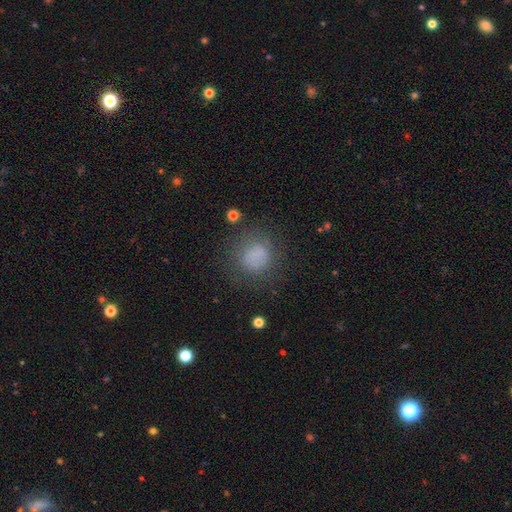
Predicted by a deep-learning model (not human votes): The model was most divided on "merging": none: 69%, minor disturbance: 16%, major disturbance: 12%, merger: 2%. More confident: how rounded — round (83%); smooth or featured — smooth (73%).